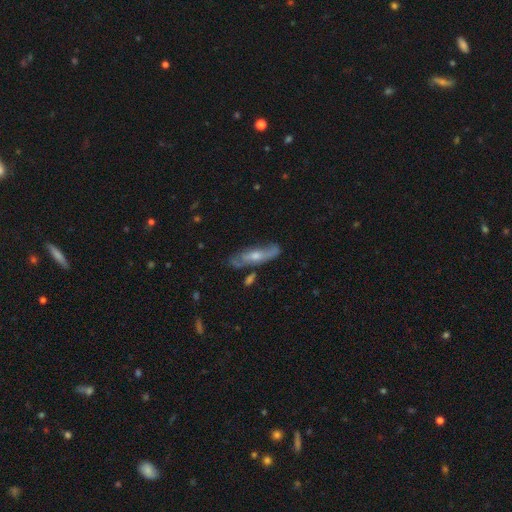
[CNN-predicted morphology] Smooth or featured? featured or disk (65%)
Edge-on disk? no (59%)
Merging? none (67%)